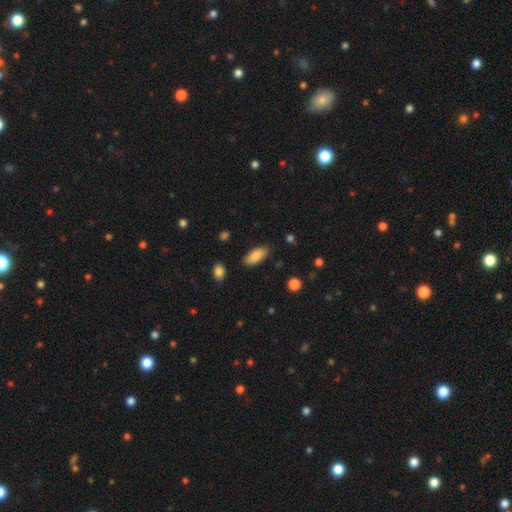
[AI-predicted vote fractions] The model was most divided on "merging": none: 83%, minor disturbance: 13%, major disturbance: 3%, merger: 2%. More confident: smooth or featured — smooth (87%); how rounded — in between (86%).